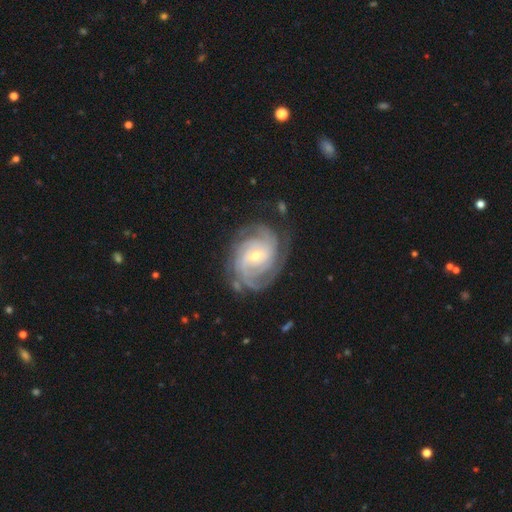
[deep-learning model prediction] This is clearly a featured or disk galaxy (90%). It is clearly not viewed edge-on (97%). Bar: marginally no (44%). Spiral arm pattern: clearly yes (98%). Spiral arm count: marginally 3 (28%). Spiral winding: likely tight (68%). Central bulge: possibly small (58%). Merging: likely none (75%).